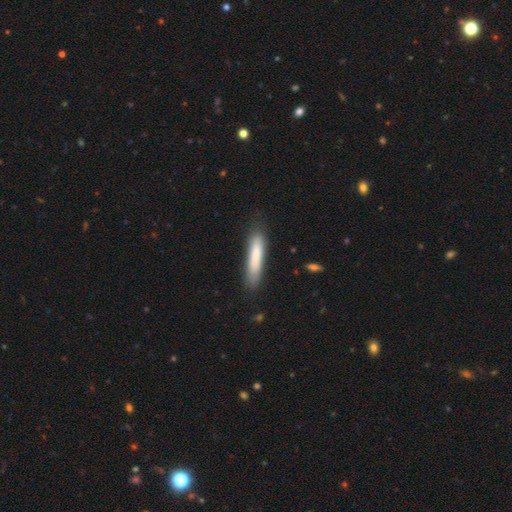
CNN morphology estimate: Smooth or featured? Predicted: smooth (p=0.79). How rounded? Predicted: cigar-shaped (p=0.84). Merging? Predicted: none (p=0.77).